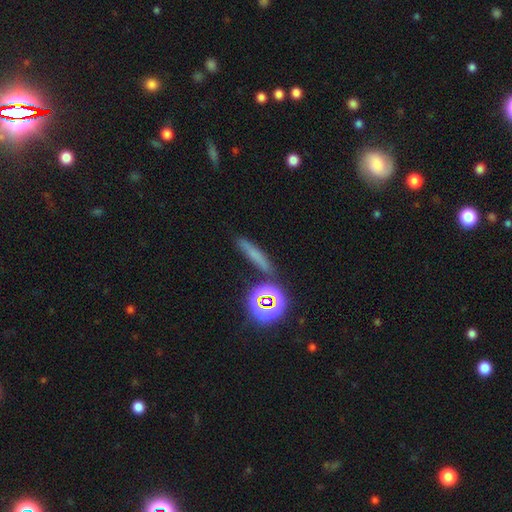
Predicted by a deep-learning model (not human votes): Morphology: type=smooth (57%); roundness=cigar-shaped (77%); merging=none (80%).